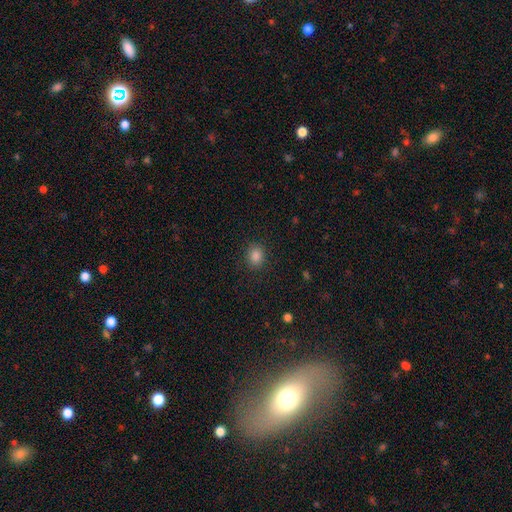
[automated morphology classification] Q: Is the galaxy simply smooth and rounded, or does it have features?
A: smooth — 85%.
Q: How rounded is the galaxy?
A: round — 58%.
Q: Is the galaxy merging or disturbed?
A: none — 89%.